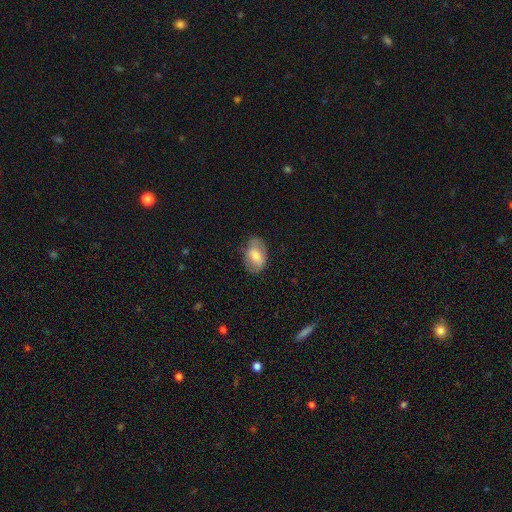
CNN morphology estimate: Smooth or featured?
  - smooth: 66% *
  - featured or disk: 27%
  - star or artifact: 7%
How rounded?
  - in between: 88% *
  - round: 11%
  - cigar-shaped: 1%
Merging?
  - none: 72% *
  - minor disturbance: 21%
  - major disturbance: 6%
  - merger: 1%